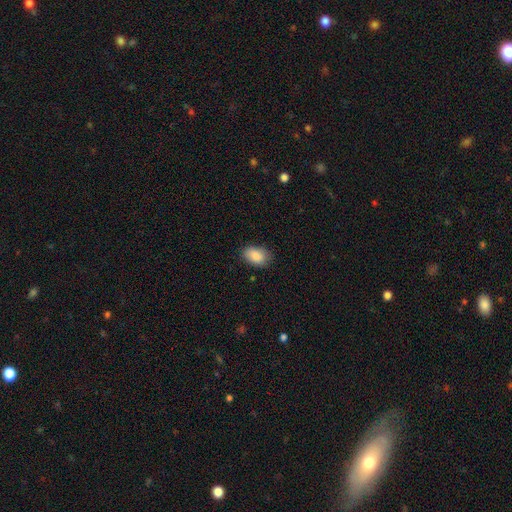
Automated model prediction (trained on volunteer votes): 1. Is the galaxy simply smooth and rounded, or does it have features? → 86% smooth, 7% star or artifact, 7% featured or disk.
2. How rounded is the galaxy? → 86% in between, 12% round, 1% cigar-shaped.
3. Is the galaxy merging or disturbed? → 81% none, 15% minor disturbance, 3% major disturbance, 1% merger.